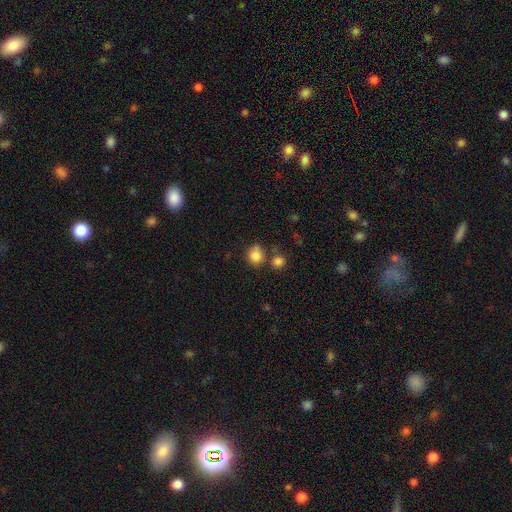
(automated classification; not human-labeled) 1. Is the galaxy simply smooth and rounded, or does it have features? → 83% smooth, 11% star or artifact, 6% featured or disk.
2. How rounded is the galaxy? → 82% round, 17% in between, 1% cigar-shaped.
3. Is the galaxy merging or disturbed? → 64% none, 16% merger, 15% minor disturbance, 5% major disturbance.